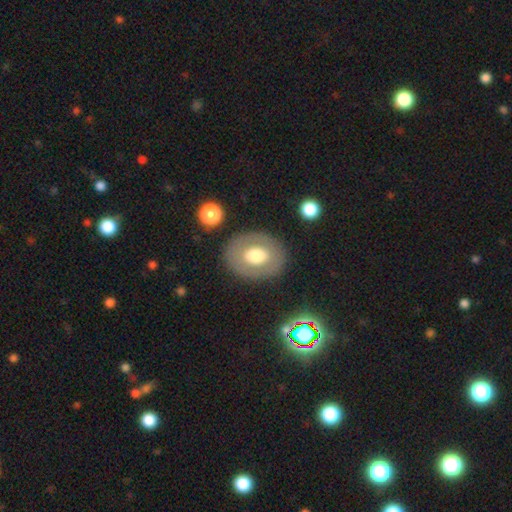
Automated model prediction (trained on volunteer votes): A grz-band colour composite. It shows a smooth galaxy with no disk features (56%) that is in between round and cigar-shaped (54%). Merging: none (84%).